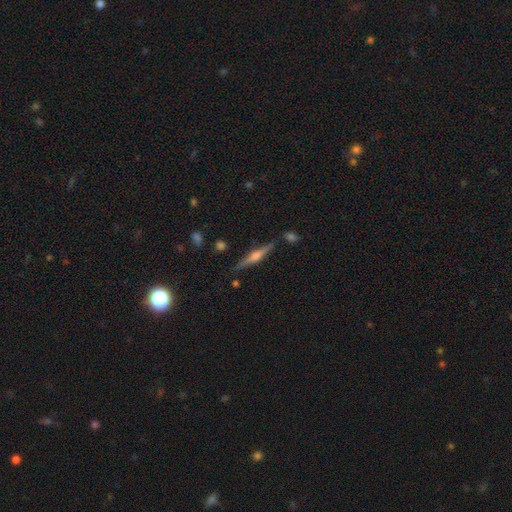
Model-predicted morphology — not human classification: type=featured or disk (77%); edge-on=yes (98%); edge-on bulge=rounded (85%); merging=none (86%).